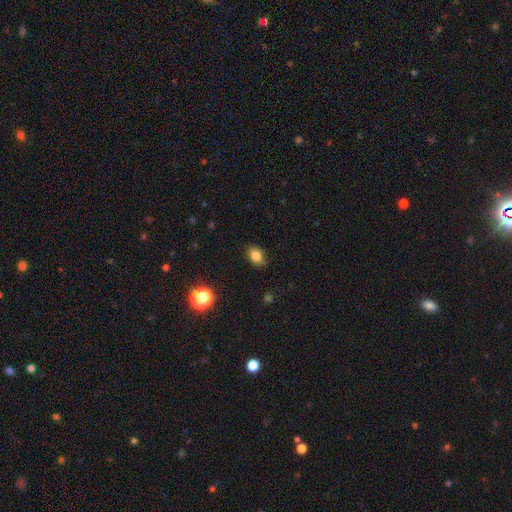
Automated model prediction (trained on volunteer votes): smooth 81%, star or artifact 11%, featured or disk 7%. Down the decision tree: how rounded — in between (74%); merging — none (85%).